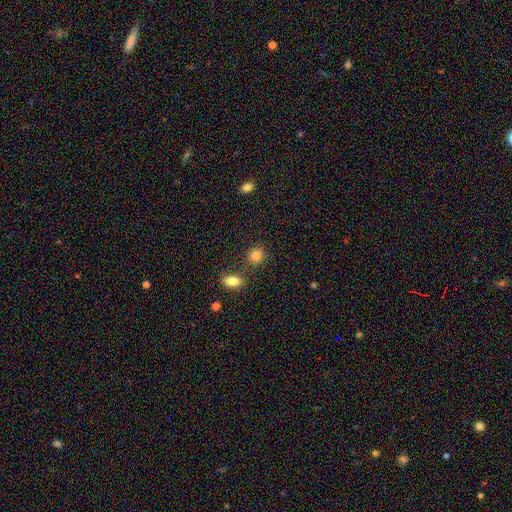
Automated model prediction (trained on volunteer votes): Smooth or featured: smooth — 85% (star or artifact — 10%)
How rounded: round — 79% (in between — 19%)
Merging: none — 78% (minor disturbance — 10%)